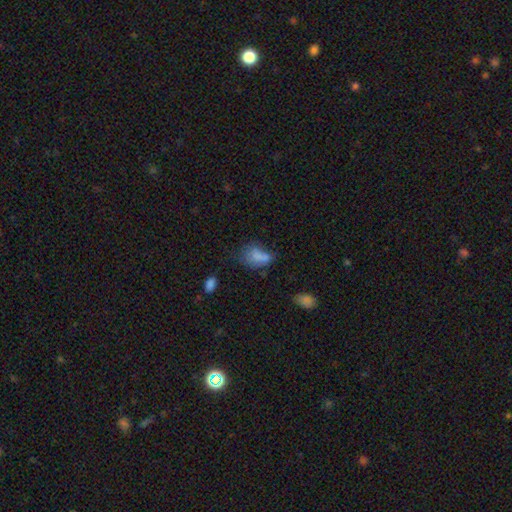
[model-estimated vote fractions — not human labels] This is likely a smooth galaxy (73%). How rounded: likely in between (79%). Merging: marginally none (35%).